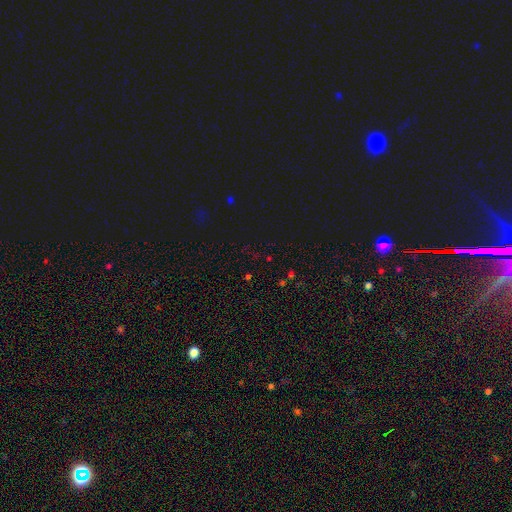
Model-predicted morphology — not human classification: This appears to be a star or artifact, not a galaxy (70%).